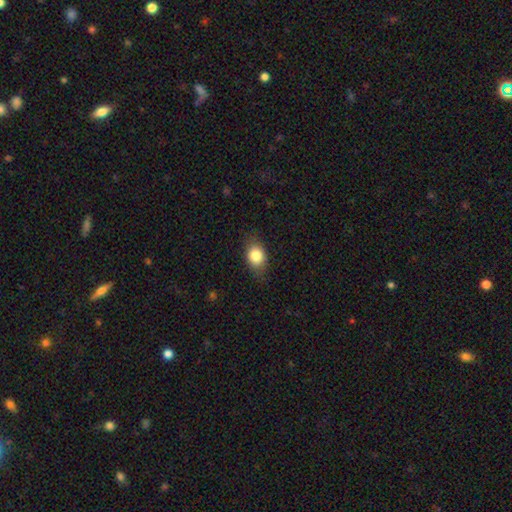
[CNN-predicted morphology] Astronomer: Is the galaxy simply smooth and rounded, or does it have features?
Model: smooth — 82%.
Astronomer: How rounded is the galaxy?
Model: in between — 69%.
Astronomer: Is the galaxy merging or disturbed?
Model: none — 80%.